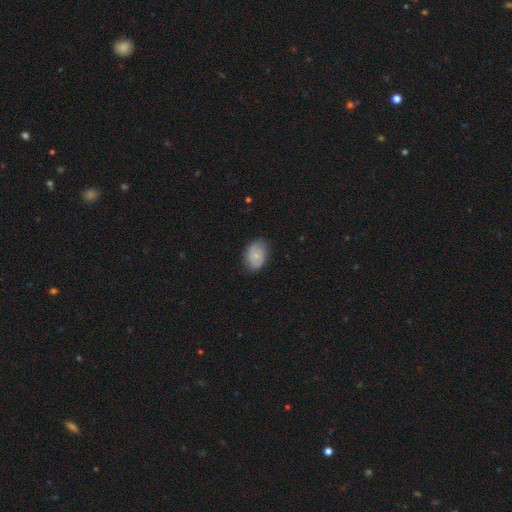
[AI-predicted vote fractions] Smooth or featured: smooth — 69% (featured or disk — 24%)
How rounded: in between — 79% (round — 19%)
Merging: none — 77% (minor disturbance — 18%)